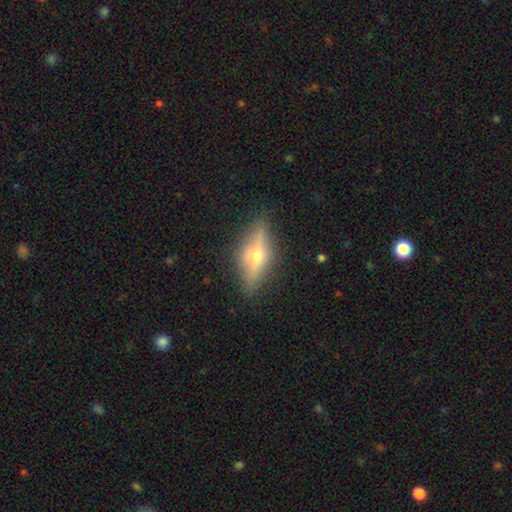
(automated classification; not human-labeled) A featured or disk galaxy (66%) viewed edge-on (91%) with a rounded central bulge (93%). Merging: none (85%).